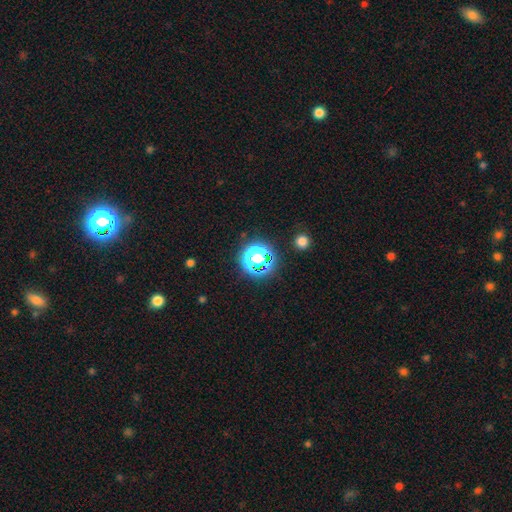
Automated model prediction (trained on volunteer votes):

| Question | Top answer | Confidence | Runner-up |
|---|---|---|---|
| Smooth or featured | star or artifact | 50% | smooth (39%) |